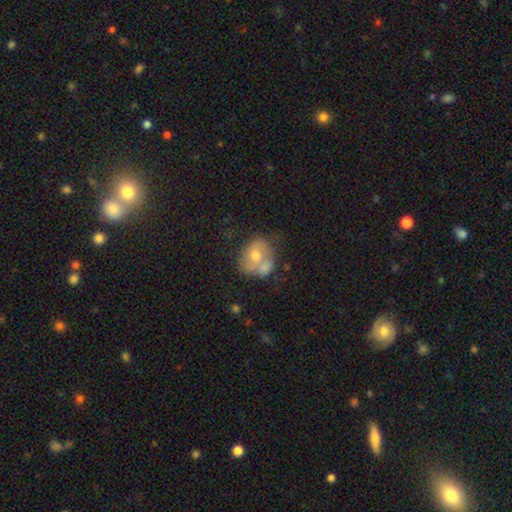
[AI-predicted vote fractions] smooth-or-featured: smooth: 56% | featured or disk: 36% | star or artifact: 8%
  how-rounded: round: 57% | in between: 42% | cigar-shaped: 1%
  merging: merger: 46% | none: 27% | minor disturbance: 17% | major disturbance: 10%